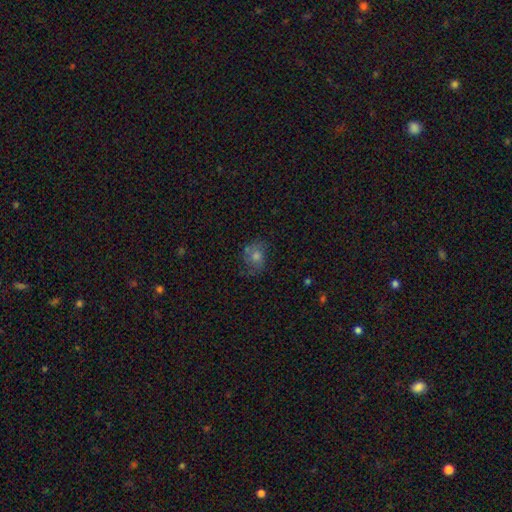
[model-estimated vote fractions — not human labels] smooth_or_featured: smooth (p=0.49) [alt: featured or disk p=0.30]
merging: none (p=0.66) [alt: minor disturbance p=0.20]